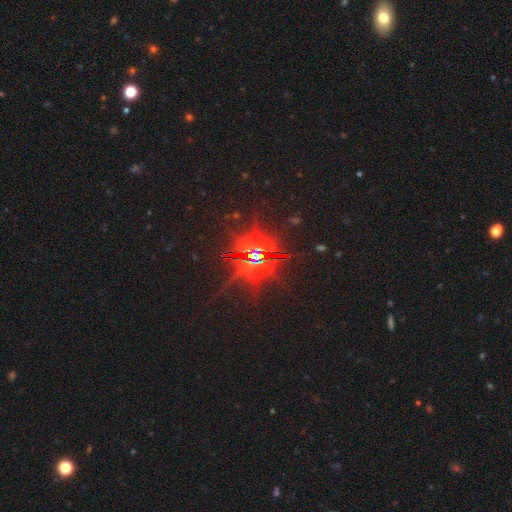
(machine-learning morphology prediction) This appears to be a star or artifact, not a galaxy (83%).